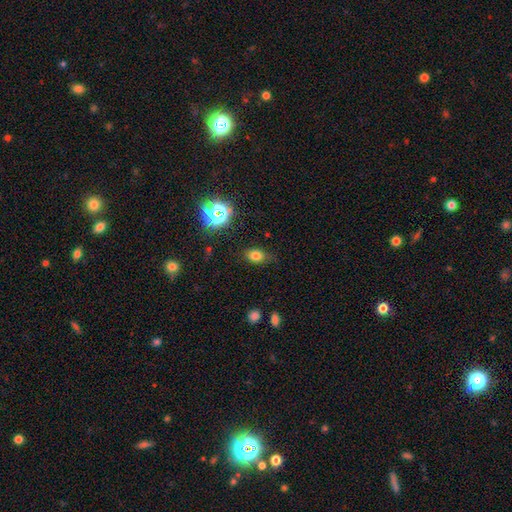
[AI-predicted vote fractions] Smooth or featured? smooth (74%)
How rounded? in between (73%)
Merging? none (77%)